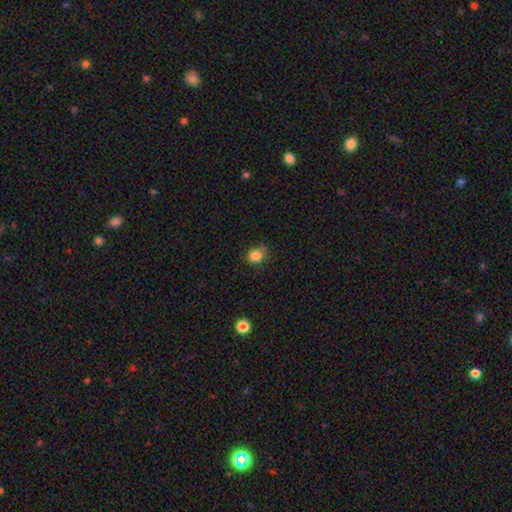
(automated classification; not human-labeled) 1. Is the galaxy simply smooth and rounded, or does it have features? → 84% smooth, 12% star or artifact, 5% featured or disk.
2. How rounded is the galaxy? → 75% round, 24% in between, 1% cigar-shaped.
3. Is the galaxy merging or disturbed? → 74% none, 20% minor disturbance, 5% major disturbance, 2% merger.